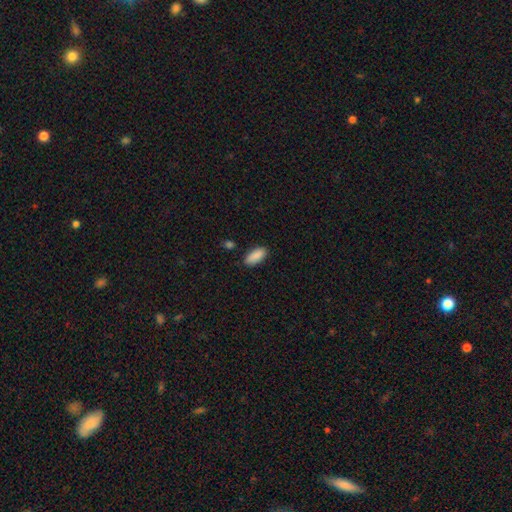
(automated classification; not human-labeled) smooth 90%, star or artifact 6%, featured or disk 4%. Down the decision tree: how rounded — in between (89%); merging — none (86%).